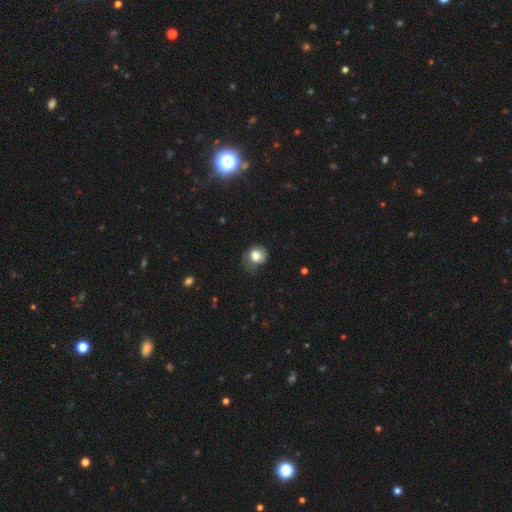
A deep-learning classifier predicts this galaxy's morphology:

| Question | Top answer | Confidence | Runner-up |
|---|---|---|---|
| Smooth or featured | smooth | 78% | featured or disk (14%) |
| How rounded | round | 69% | in between (30%) |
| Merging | none | 45% | minor disturbance (34%) |